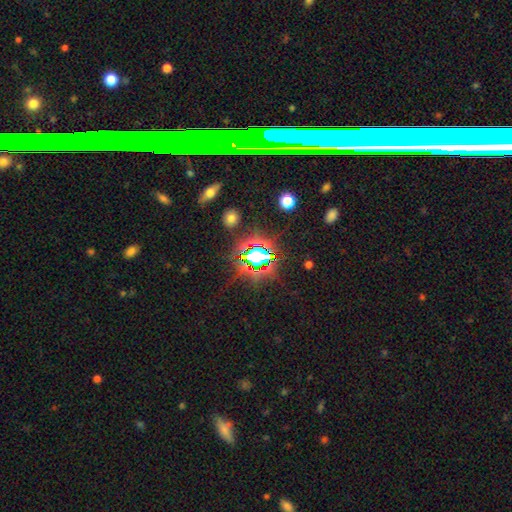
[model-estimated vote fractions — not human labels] smooth_or_featured: star or artifact (p=0.72) [alt: smooth p=0.17]